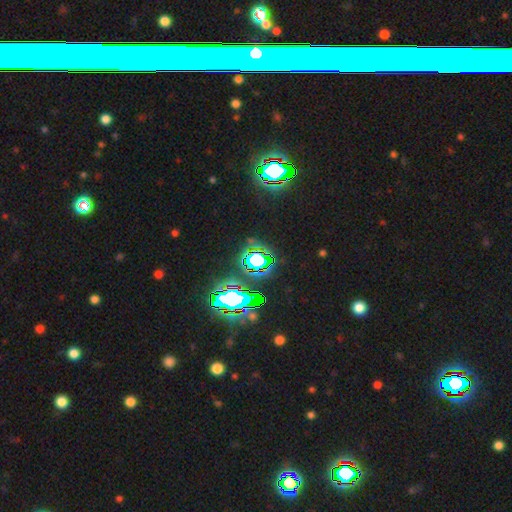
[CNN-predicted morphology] type=star or artifact (78%).